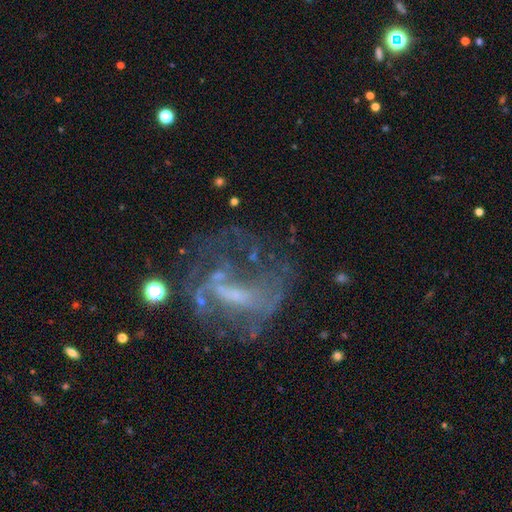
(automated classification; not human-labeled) This appears to be a featured or disk galaxy (64%) with a weak bar (38%, tied with no), spiral arms (53%) and a small central bulge (39%). Merging: none (45%).